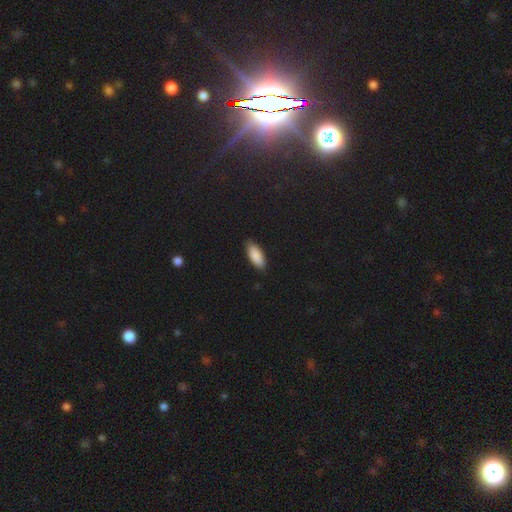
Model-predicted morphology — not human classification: Q: Smooth or featured?
A: smooth (89%); runner-up: star or artifact (6%)
Q: How rounded?
A: in between (84%); runner-up: cigar-shaped (14%)
Q: Merging?
A: none (87%); runner-up: minor disturbance (10%)